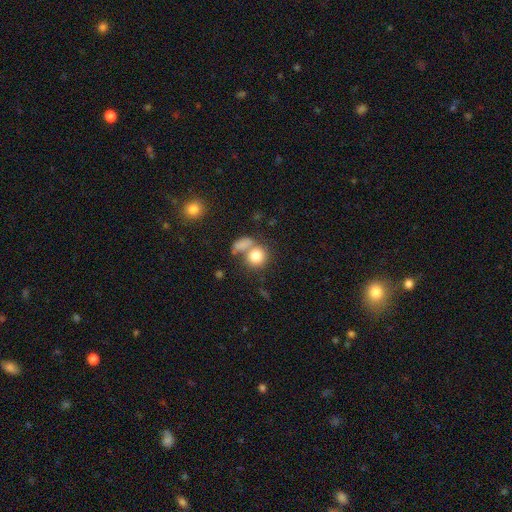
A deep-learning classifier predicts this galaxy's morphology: smooth 80%, star or artifact 10%, featured or disk 10%. Down the decision tree: how rounded — round (79%); merging — none (49%).